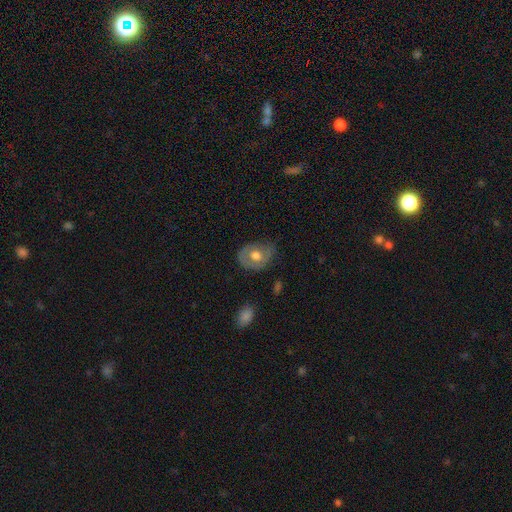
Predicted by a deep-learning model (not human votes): smooth 50%, featured or disk 43%, star or artifact 7%. Down the decision tree: how rounded — in between (57%); merging — none (65%).